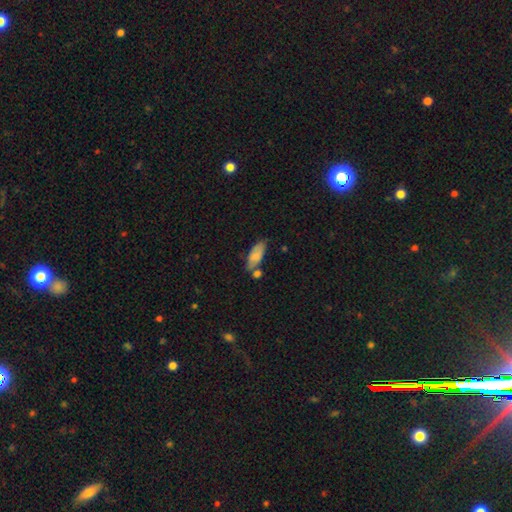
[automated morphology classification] Smooth or featured? Predicted: smooth (p=0.77). How rounded? Predicted: in between (p=0.80). Merging? Predicted: none (p=0.52).